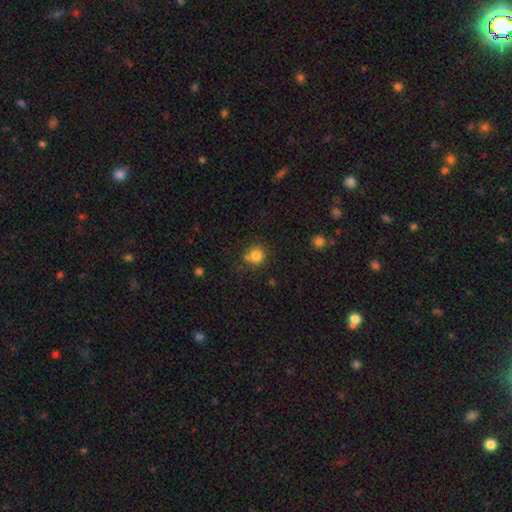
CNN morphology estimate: Smooth or featured: smooth — 81% (star or artifact — 12%)
How rounded: round — 83% (in between — 16%)
Merging: none — 62% (minor disturbance — 19%)